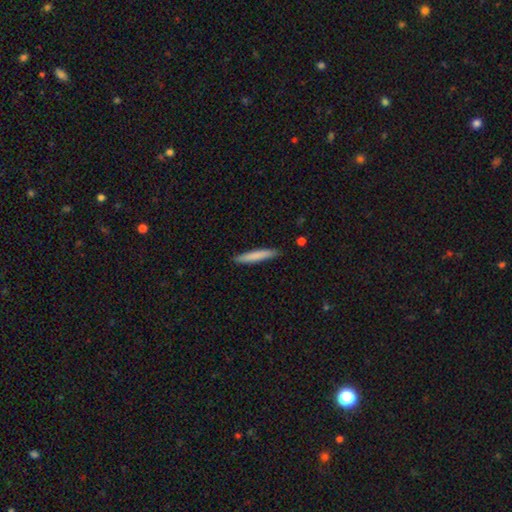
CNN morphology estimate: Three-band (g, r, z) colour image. It shows a smooth galaxy with no disk features (78%) that is cigar-shaped (94%). Merging: none (89%).